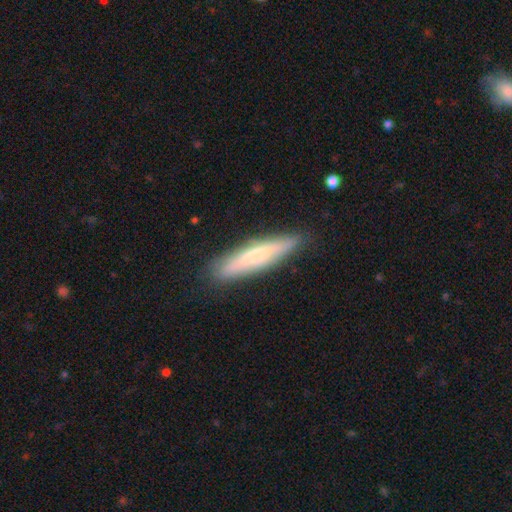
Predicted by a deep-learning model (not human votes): Overall: smooth (58%; featured or disk 36%). How rounded: cigar-shaped (84%). Merging: none (83%).